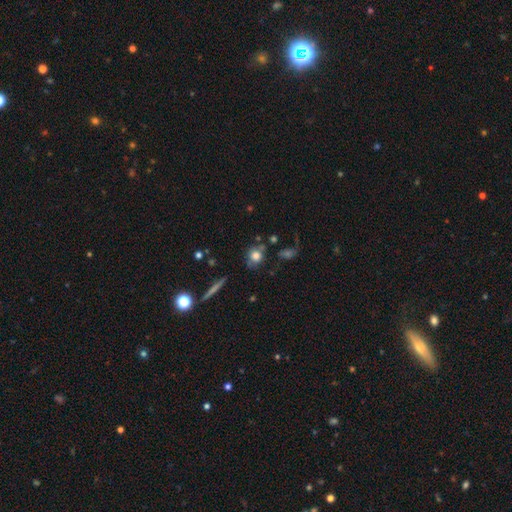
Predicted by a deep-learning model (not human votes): This appears to be a smooth galaxy with no disk features (73%) that is round (67%). Merging: none (65%).